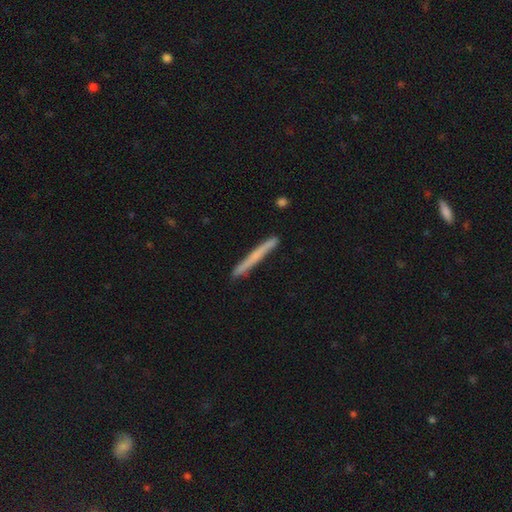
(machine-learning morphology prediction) A smooth galaxy with no disk features (53%) that is cigar-shaped (97%).

Vote fractions:
- Smooth or featured? smooth: 53% / featured or disk: 40% / star or artifact: 6%
- How rounded? cigar-shaped: 97% / in between: 2% / round: 1%
- Merging? none: 89% / minor disturbance: 8% / major disturbance: 1% / merger: 1%